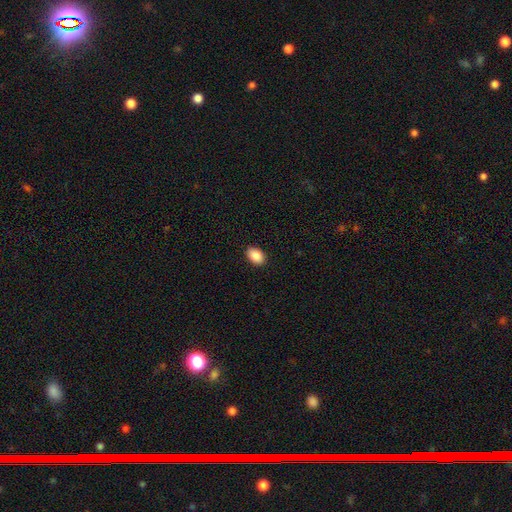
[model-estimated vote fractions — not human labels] This appears to be a smooth galaxy with no disk features (90%) that is in between round and cigar-shaped (86%). Merging: none (90%).